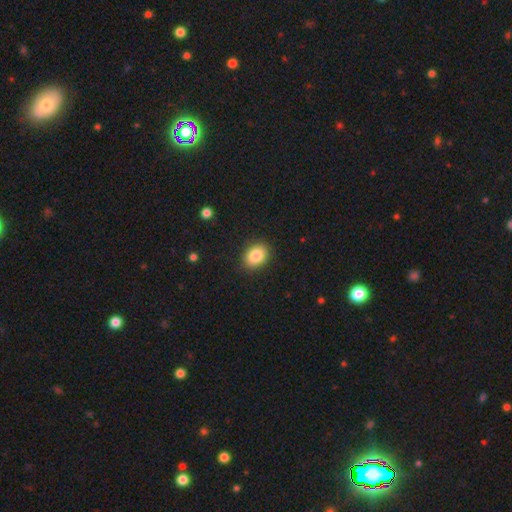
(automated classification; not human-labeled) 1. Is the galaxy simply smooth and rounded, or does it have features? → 86% smooth, 9% star or artifact, 6% featured or disk.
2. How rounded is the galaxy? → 65% in between, 34% round, 1% cigar-shaped.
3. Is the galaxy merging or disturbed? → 89% none, 8% minor disturbance, 2% major disturbance, 1% merger.